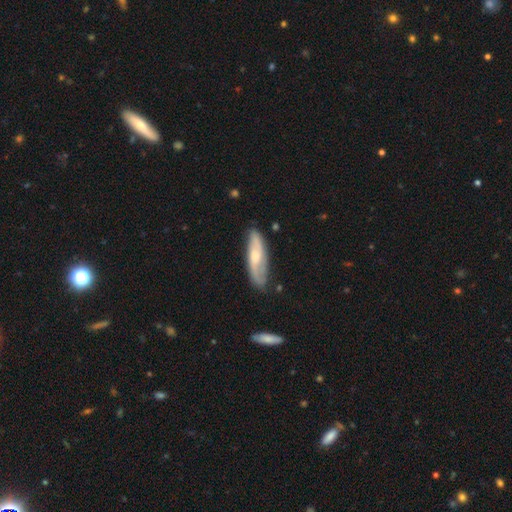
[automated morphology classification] Smooth or featured: featured or disk — 57% (smooth — 38%)
Edge-on disk: no — 73% (yes — 27%)
Merging: none — 72% (minor disturbance — 21%)